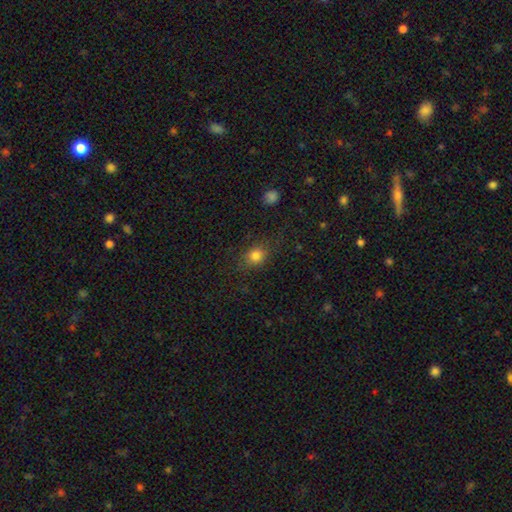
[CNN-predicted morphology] Smooth or featured?
  - smooth: 80% *
  - star or artifact: 13%
  - featured or disk: 7%
How rounded?
  - round: 56% *
  - in between: 43%
  - cigar-shaped: 1%
Merging?
  - none: 80% *
  - minor disturbance: 13%
  - major disturbance: 5%
  - merger: 1%